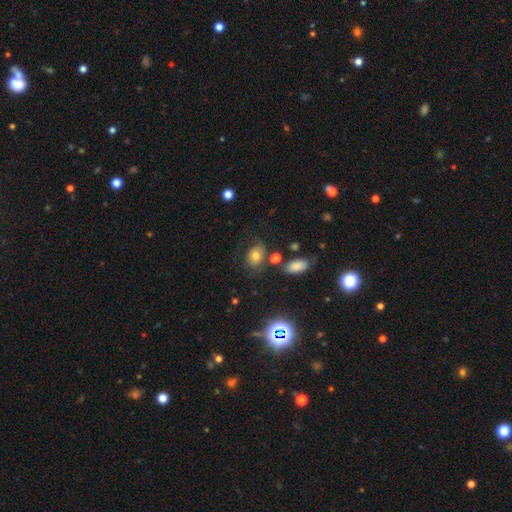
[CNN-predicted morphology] Smooth or featured? Predicted: smooth (p=0.70). How rounded? Predicted: in between (p=0.73). Merging? Predicted: none (p=0.65).